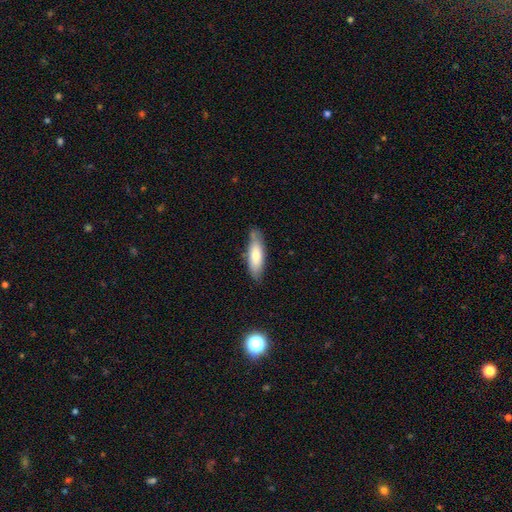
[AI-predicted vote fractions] Smooth or featured: smooth — 74% (featured or disk — 20%)
How rounded: in between — 54% (cigar-shaped — 44%)
Merging: none — 73% (minor disturbance — 20%)